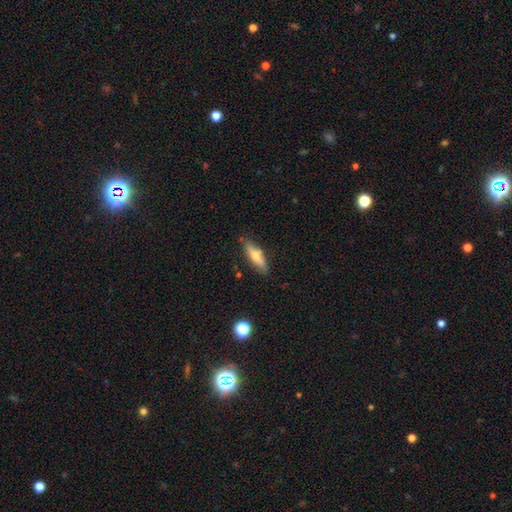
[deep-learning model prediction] smooth_or_featured: smooth (p=0.63) [alt: featured or disk p=0.30]
how_rounded: cigar-shaped (p=0.56) [alt: in between p=0.42]
merging: none (p=0.78) [alt: minor disturbance p=0.16]